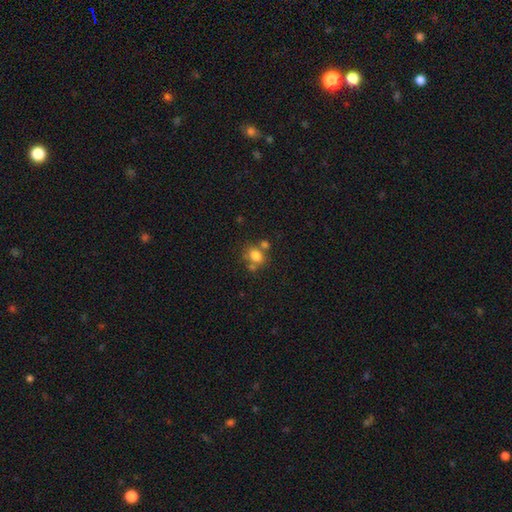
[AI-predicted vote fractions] A smooth galaxy with no disk features (77%) that is round (52%).

Vote fractions:
- Smooth or featured? smooth: 77% / star or artifact: 12% / featured or disk: 11%
- How rounded? round: 52% / in between: 47% / cigar-shaped: 1%
- Merging? none: 52% / merger: 28% / minor disturbance: 14% / major disturbance: 6%